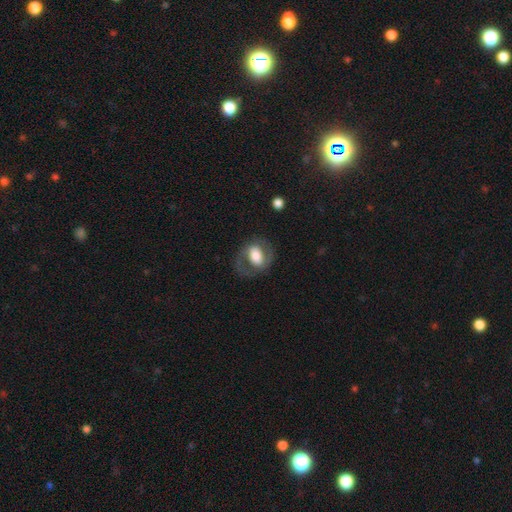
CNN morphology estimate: This is possibly a featured or disk galaxy (51%). It is clearly not viewed edge-on (94%). Merging: likely none (68%).